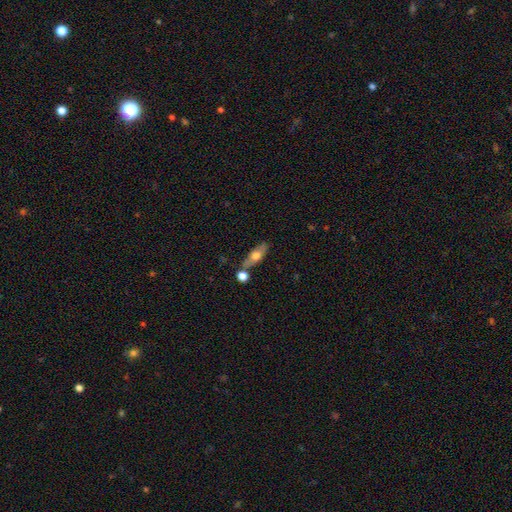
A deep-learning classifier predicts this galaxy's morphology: Smooth or featured: smooth — 55% (featured or disk — 38%)
How rounded: in between — 58% (cigar-shaped — 37%)
Merging: none — 68% (merger — 14%)